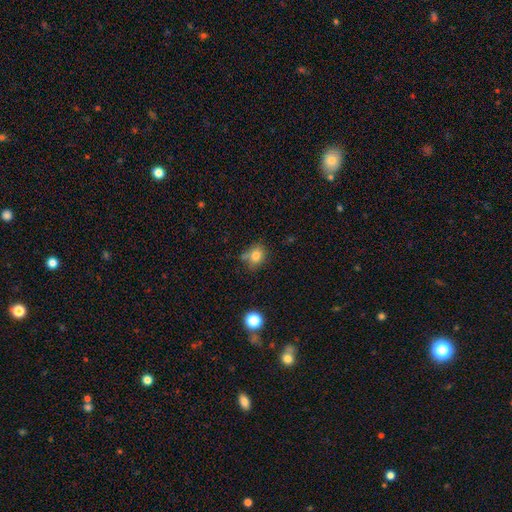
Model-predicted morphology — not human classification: Overall: smooth (78%). How rounded: round (57%; in between 41%). Merging: none (60%; minor disturbance 22%).